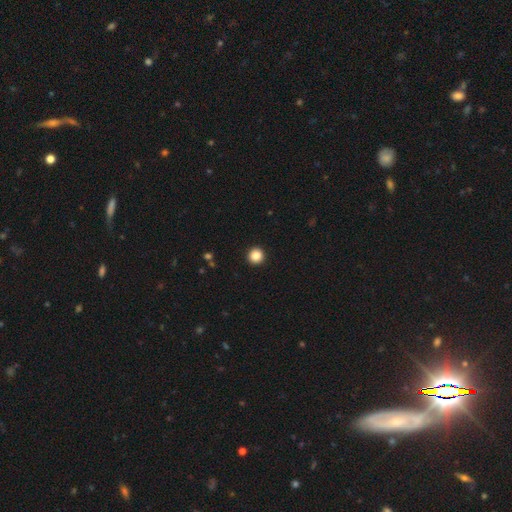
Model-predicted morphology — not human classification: This is clearly a smooth galaxy (86%). How rounded: clearly round (96%). Merging: clearly none (94%).